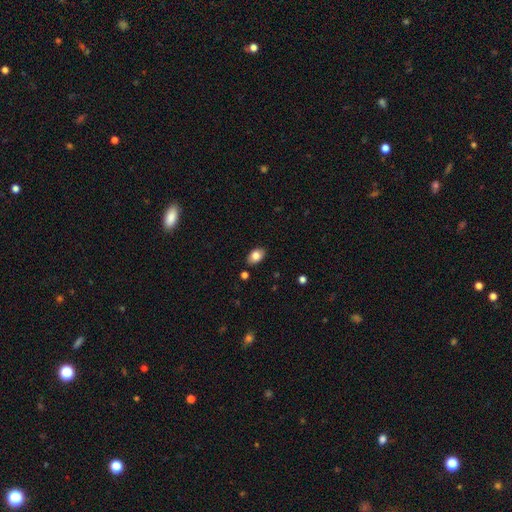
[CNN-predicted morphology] A smooth galaxy with no disk features (81%) that is in between round and cigar-shaped (87%).

Vote fractions:
- Smooth or featured? smooth: 81% / featured or disk: 10% / star or artifact: 8%
- How rounded? in between: 87% / round: 12% / cigar-shaped: 1%
- Merging? none: 85% / minor disturbance: 10% / major disturbance: 2% / merger: 2%